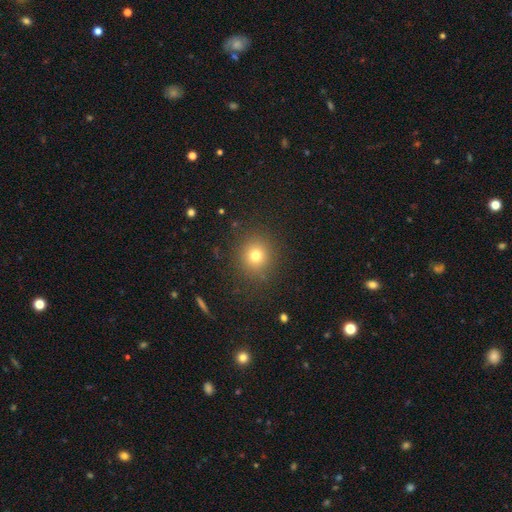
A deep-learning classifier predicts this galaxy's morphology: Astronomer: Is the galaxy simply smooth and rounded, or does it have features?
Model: smooth — 75%.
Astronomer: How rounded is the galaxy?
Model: round — 89%.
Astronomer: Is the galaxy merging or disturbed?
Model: none — 87%.